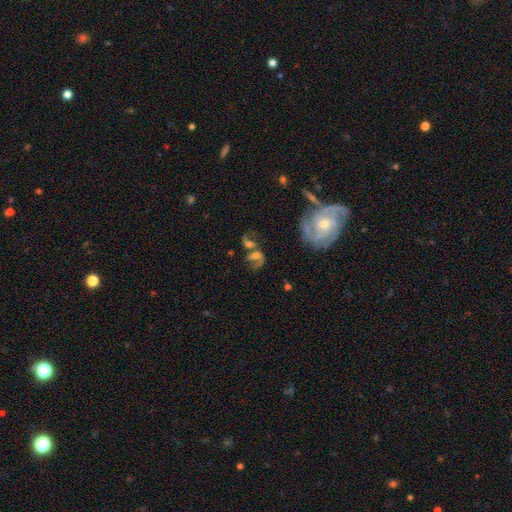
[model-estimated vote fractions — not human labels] featured or disk 66%, smooth 21%, star or artifact 13%. Down the decision tree: edge-on disk — no (96%); bar — no (43%); spiral arms — yes (84%); spiral arm count — 2 (77%); spiral winding — loose (58%); bulge size — moderate (37%); merging — merger (42%).